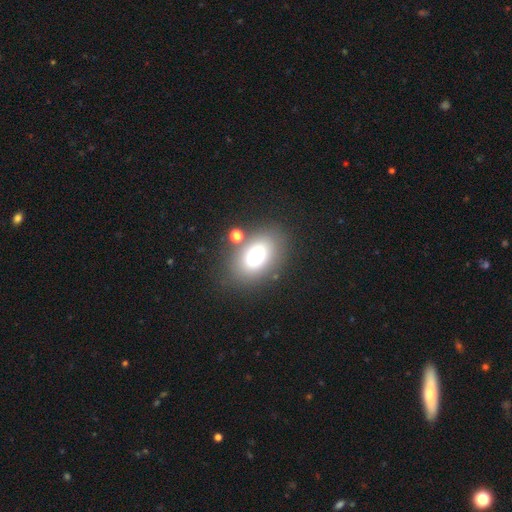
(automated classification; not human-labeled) Smooth or featured: smooth — 65% (featured or disk — 22%)
How rounded: in between — 78% (round — 21%)
Merging: none — 70% (minor disturbance — 14%)